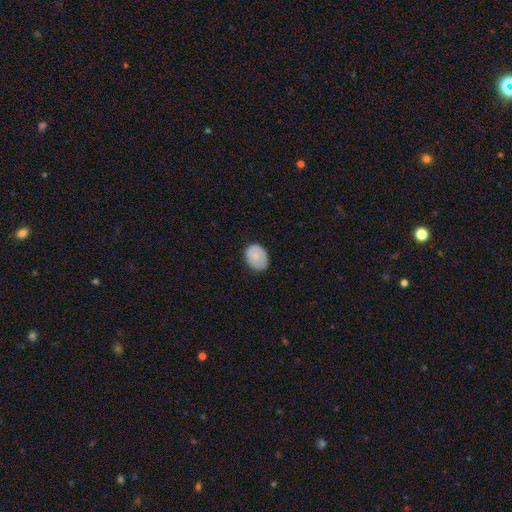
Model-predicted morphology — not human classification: type=smooth (79%); roundness=in between (61%); merging=none (81%).